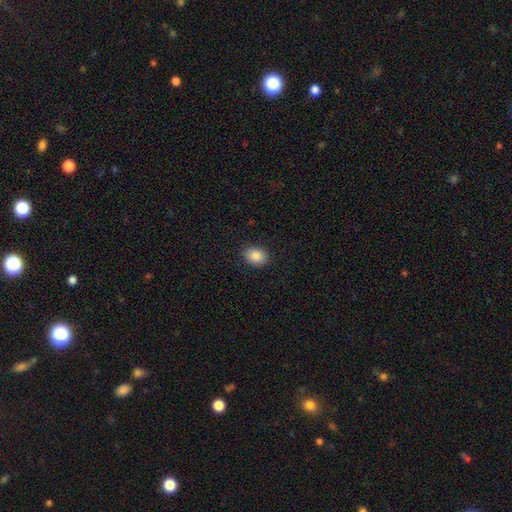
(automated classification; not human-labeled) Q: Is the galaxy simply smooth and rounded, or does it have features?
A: smooth — 86%.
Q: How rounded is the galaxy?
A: in between — 69%.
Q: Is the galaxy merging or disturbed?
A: none — 88%.